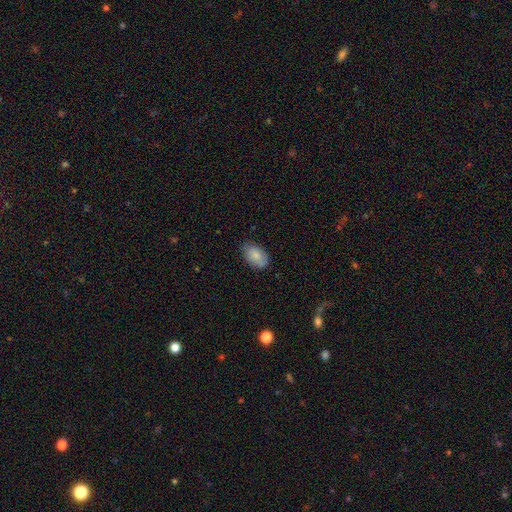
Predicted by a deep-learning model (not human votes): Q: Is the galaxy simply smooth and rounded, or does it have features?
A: smooth — 83%.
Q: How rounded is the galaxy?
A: in between — 91%.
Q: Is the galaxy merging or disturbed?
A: none — 75%.